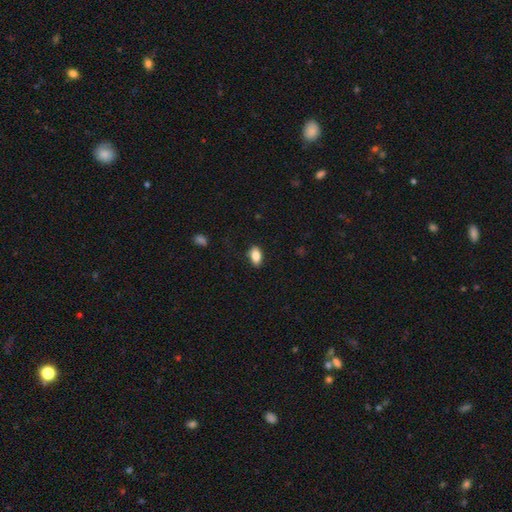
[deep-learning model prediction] smooth-or-featured: smooth: 85% | star or artifact: 8% | featured or disk: 7%
  how-rounded: in between: 90% | round: 7% | cigar-shaped: 3%
  merging: none: 85% | minor disturbance: 11% | major disturbance: 3% | merger: 1%